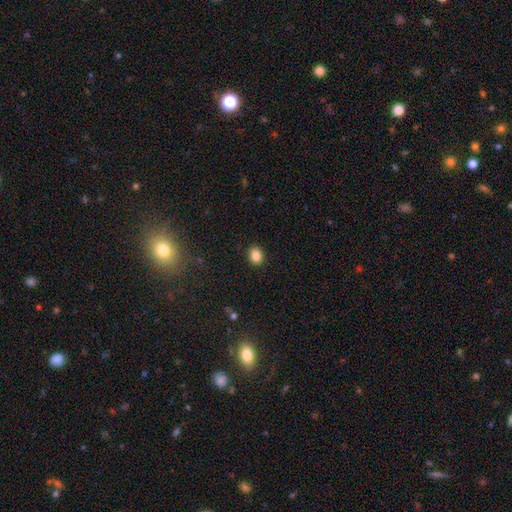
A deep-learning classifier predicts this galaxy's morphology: Smooth or featured? Predicted: smooth (p=0.85). How rounded? Predicted: round (p=0.51). Merging? Predicted: none (p=0.90).